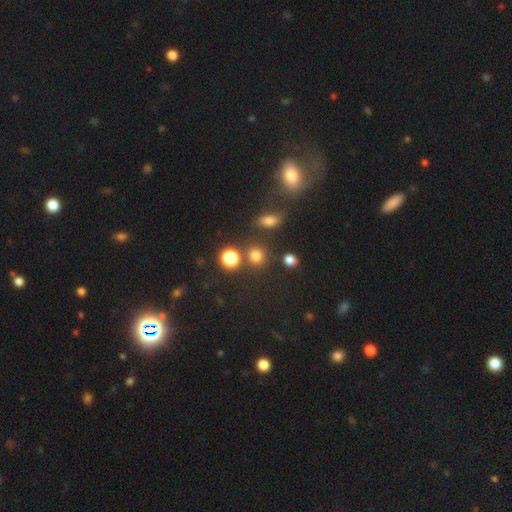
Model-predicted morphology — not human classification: Smooth or featured? smooth (75%)
How rounded? round (84%)
Merging? none (75%)